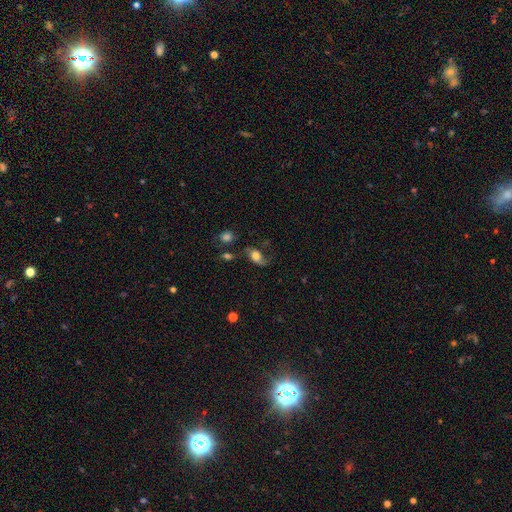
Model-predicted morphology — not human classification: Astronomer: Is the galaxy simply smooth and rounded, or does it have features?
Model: smooth — 46% (runner-up: featured or disk, 43%).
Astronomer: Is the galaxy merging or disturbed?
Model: none — 49%.